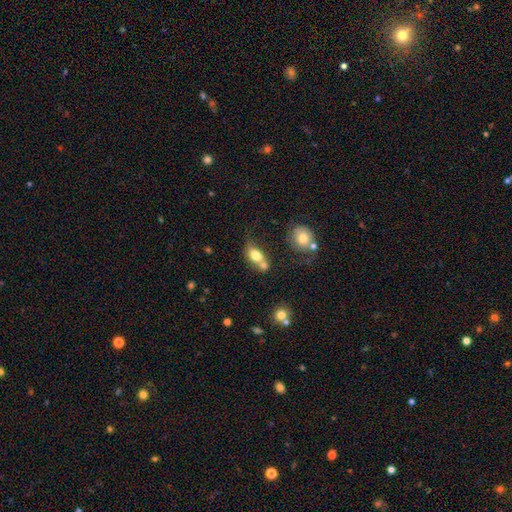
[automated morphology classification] smooth-or-featured: smooth: 75% | featured or disk: 16% | star or artifact: 9%
  how-rounded: in between: 78% | round: 18% | cigar-shaped: 4%
  merging: merger: 42% | none: 35% | minor disturbance: 16% | major disturbance: 7%